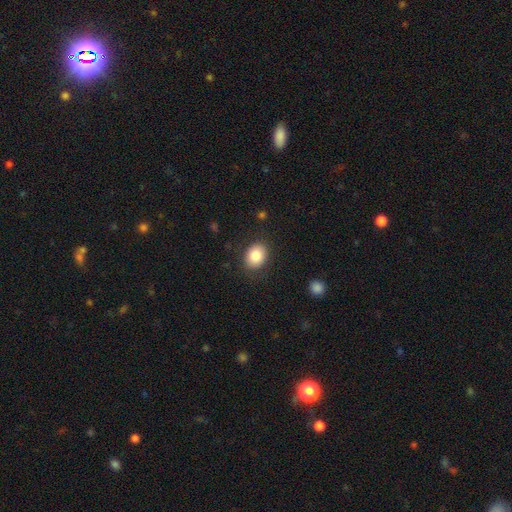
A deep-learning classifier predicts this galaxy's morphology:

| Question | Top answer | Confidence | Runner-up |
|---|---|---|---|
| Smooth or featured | smooth | 84% | star or artifact (8%) |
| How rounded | in between | 58% | round (42%) |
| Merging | none | 85% | minor disturbance (10%) |